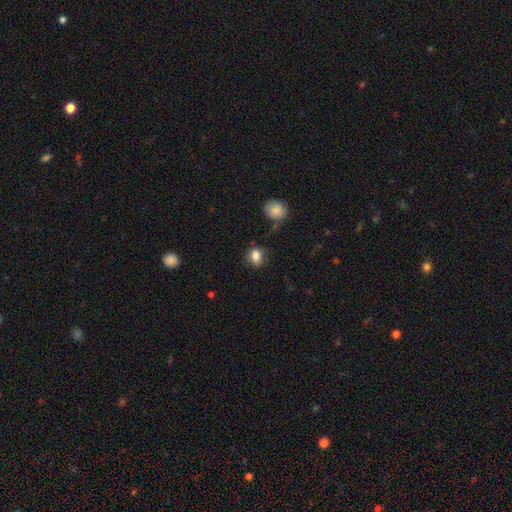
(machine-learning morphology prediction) Smooth or featured? Predicted: smooth (p=0.84). How rounded? Predicted: in between (p=0.56). Merging? Predicted: none (p=0.69).